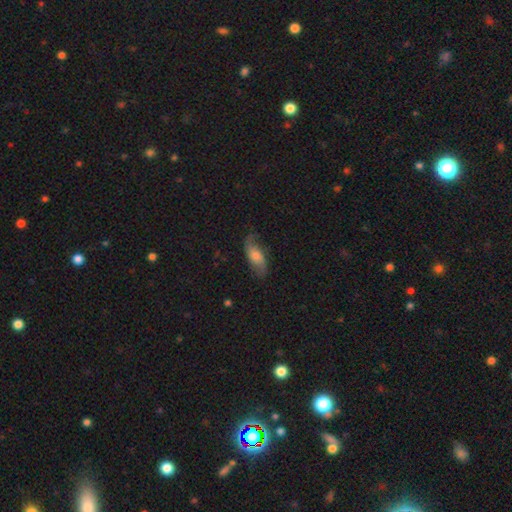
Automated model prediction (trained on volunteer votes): featured or disk 53%, smooth 39%, star or artifact 8%. Down the decision tree: edge-on disk — no (87%); merging — none (71%).